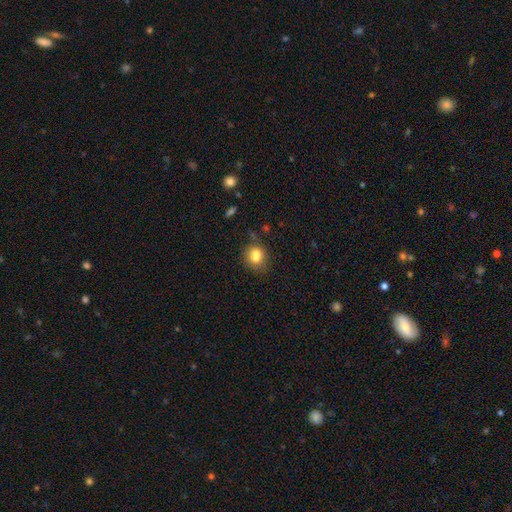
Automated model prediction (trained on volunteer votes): Q: Smooth or featured?
A: smooth (77%); runner-up: featured or disk (12%)
Q: How rounded?
A: round (57%); runner-up: in between (42%)
Q: Merging?
A: none (53%); runner-up: merger (21%)